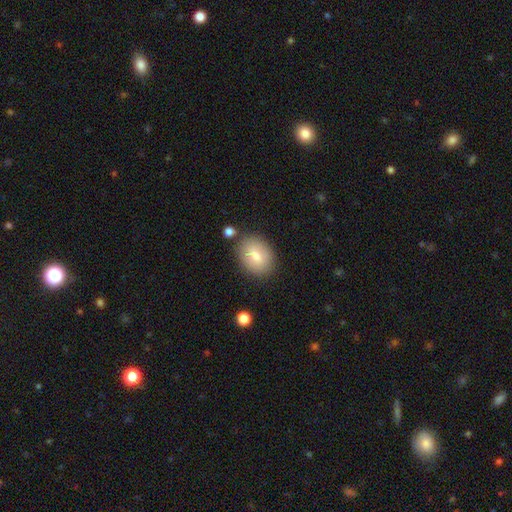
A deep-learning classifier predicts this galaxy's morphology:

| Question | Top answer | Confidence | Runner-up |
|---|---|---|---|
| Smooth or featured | smooth | 75% | featured or disk (17%) |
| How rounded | in between | 74% | round (24%) |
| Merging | none | 78% | minor disturbance (14%) |